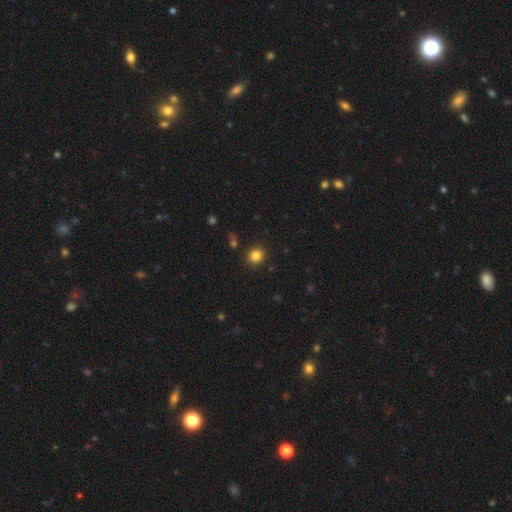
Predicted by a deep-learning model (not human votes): smooth-or-featured: smooth: 84% | star or artifact: 12% | featured or disk: 4%
  how-rounded: round: 90% | in between: 9% | cigar-shaped: 1%
  merging: none: 89% | minor disturbance: 6% | merger: 2% | major disturbance: 2%